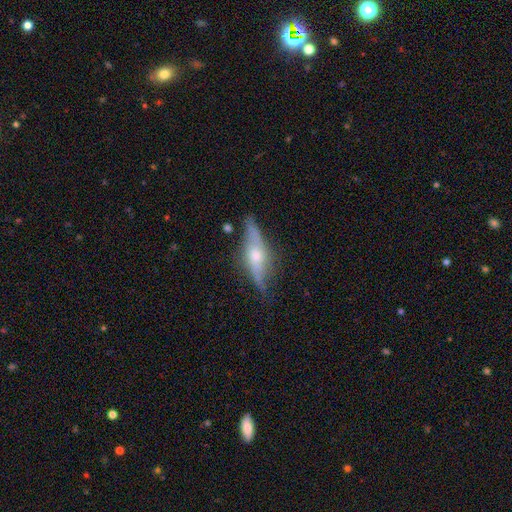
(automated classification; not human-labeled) A featured or disk galaxy (73%) viewed edge-on (85%) with a rounded central bulge (89%).

Vote fractions:
- Smooth or featured? featured or disk: 73% / smooth: 20% / star or artifact: 7%
- Edge-on disk? yes: 85% / no: 15%
- Edge-on bulge? rounded: 89% / boxy: 8% / none: 4%
- Merging? none: 75% / minor disturbance: 18% / major disturbance: 5% / merger: 2%